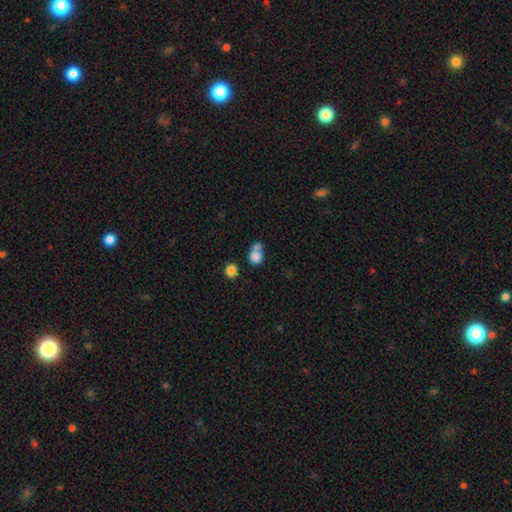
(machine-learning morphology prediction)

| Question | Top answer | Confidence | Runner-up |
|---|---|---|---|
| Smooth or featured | smooth | 80% | star or artifact (10%) |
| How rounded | round | 73% | in between (26%) |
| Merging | merger | 50% | none (34%) |